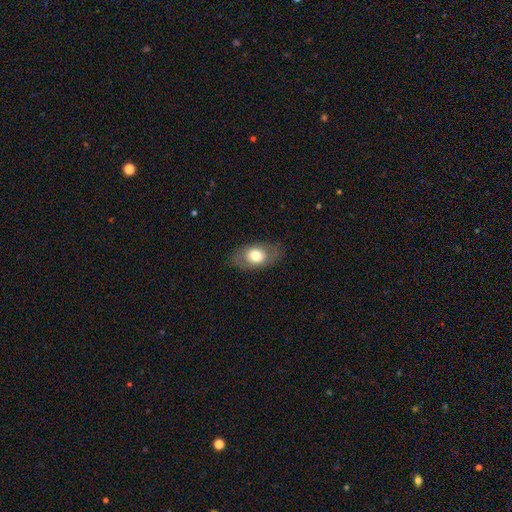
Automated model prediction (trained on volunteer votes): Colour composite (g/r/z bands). It shows a smooth galaxy with no disk features (66%) that is in between round and cigar-shaped (84%). Merging: none (80%).